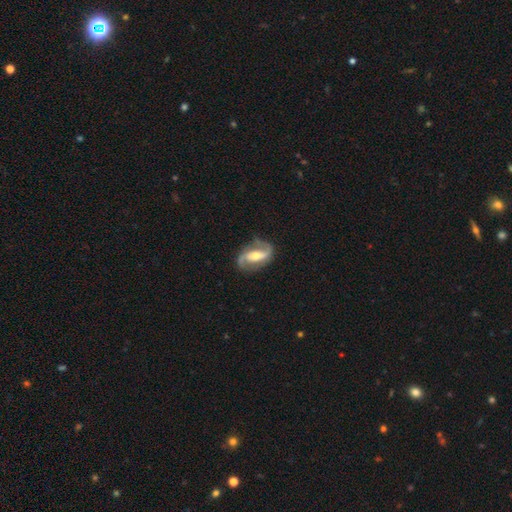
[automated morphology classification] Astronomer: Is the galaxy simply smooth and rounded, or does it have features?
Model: featured or disk — 86%.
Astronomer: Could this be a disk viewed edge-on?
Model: no — 96%.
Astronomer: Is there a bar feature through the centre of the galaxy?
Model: weak — 37%, tied with strong at 37%.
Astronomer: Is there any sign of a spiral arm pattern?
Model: yes — 95%.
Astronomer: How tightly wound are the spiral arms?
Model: loose — 43% (runner-up: medium, 42%).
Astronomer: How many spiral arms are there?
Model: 2 — 91%.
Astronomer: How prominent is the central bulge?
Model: moderate — 62%.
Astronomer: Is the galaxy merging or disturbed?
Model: none — 77%.